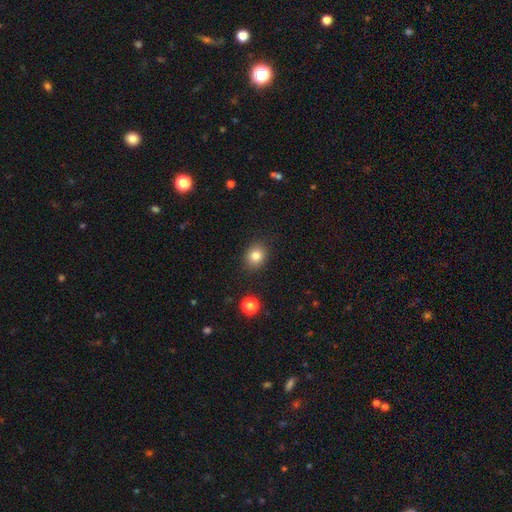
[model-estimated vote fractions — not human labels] Smooth or featured? Predicted: smooth (p=0.82). How rounded? Predicted: round (p=0.69). Merging? Predicted: none (p=0.88).